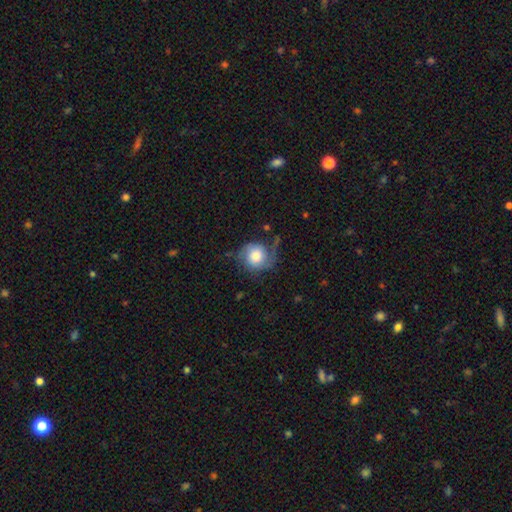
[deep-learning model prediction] Overall: featured or disk (49%; smooth 43%). Merging: none (50%; minor disturbance 27%).